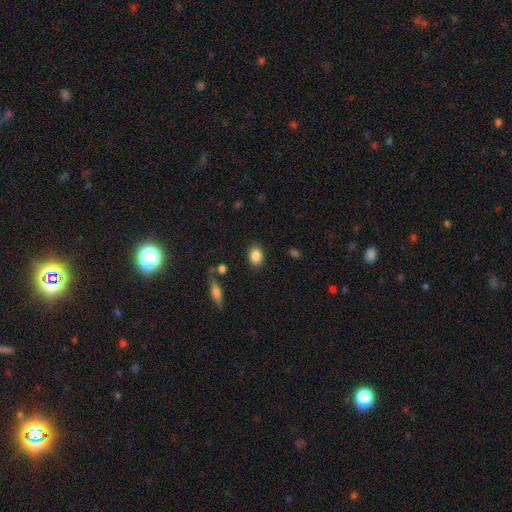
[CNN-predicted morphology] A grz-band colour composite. It shows a smooth galaxy with no disk features (86%) that is in between round and cigar-shaped (71%). Merging: none (87%).